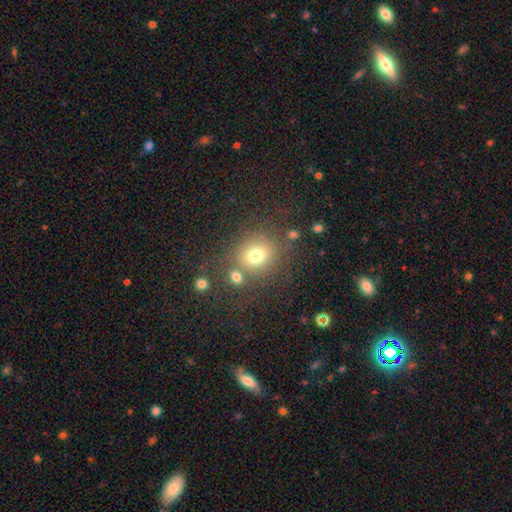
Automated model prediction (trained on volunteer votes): smooth_or_featured: smooth (p=0.73) [alt: star or artifact p=0.16]
how_rounded: round (p=0.81) [alt: in between p=0.18]
merging: none (p=0.68) [alt: merger p=0.15]